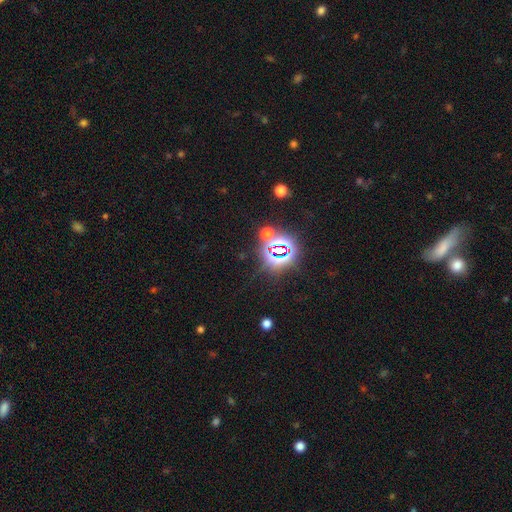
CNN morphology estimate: The model was most divided on "smooth or featured": star or artifact: 80%, smooth: 12%, featured or disk: 8%.